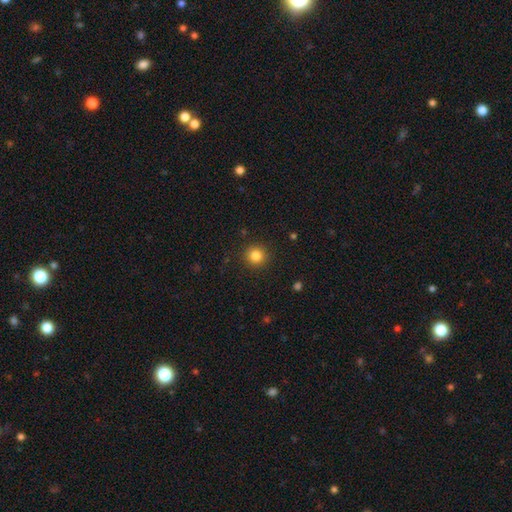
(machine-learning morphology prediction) The model was most divided on "smooth or featured": smooth: 83%, star or artifact: 12%, featured or disk: 5%. More confident: how rounded — round (94%); merging — none (91%).